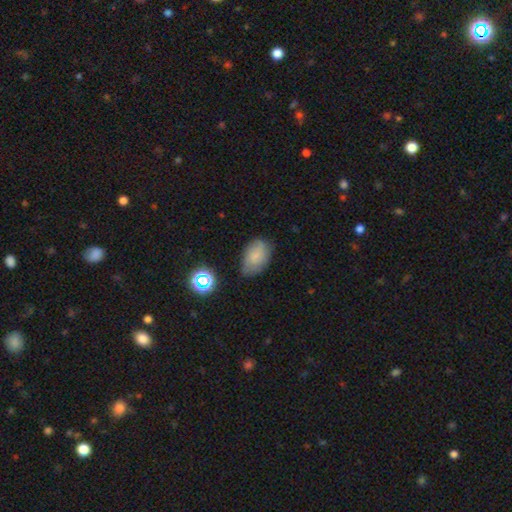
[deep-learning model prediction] Smooth or featured? smooth (72%)
How rounded? in between (88%)
Merging? none (67%)